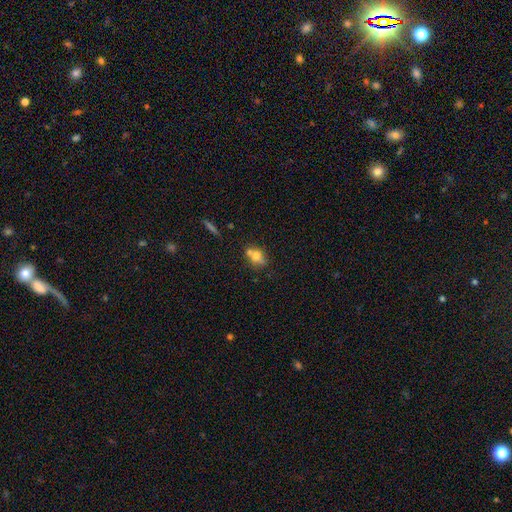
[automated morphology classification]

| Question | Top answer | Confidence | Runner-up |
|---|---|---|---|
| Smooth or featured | smooth | 63% | featured or disk (24%) |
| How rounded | in between | 53% | round (43%) |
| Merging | none | 47% | merger (34%) |